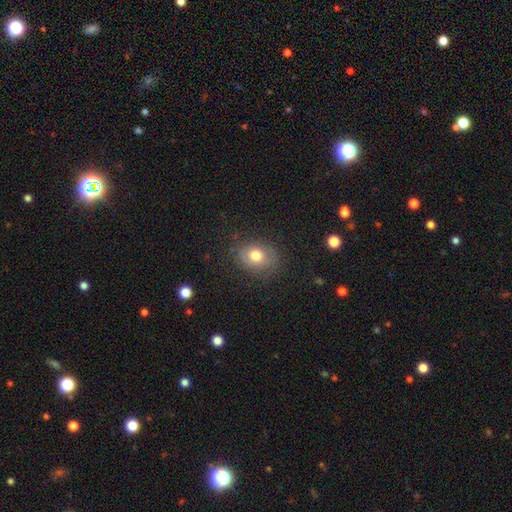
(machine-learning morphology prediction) smooth_or_featured: smooth (p=0.71) [alt: featured or disk p=0.18]
how_rounded: in between (p=0.54) [alt: round p=0.45]
merging: none (p=0.75) [alt: minor disturbance p=0.17]